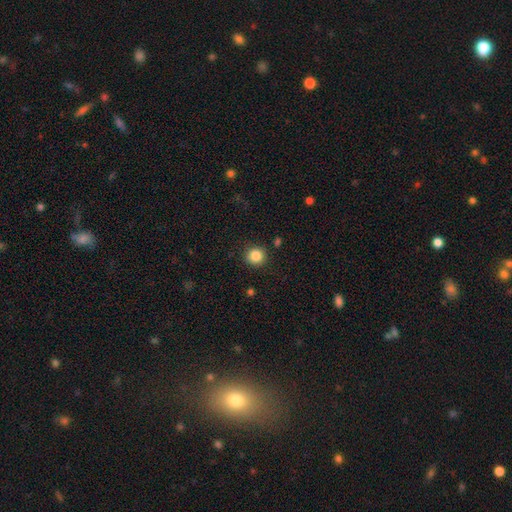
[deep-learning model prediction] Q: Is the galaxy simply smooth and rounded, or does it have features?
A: smooth — 85%.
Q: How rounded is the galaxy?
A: round — 91%.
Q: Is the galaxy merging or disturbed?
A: none — 89%.